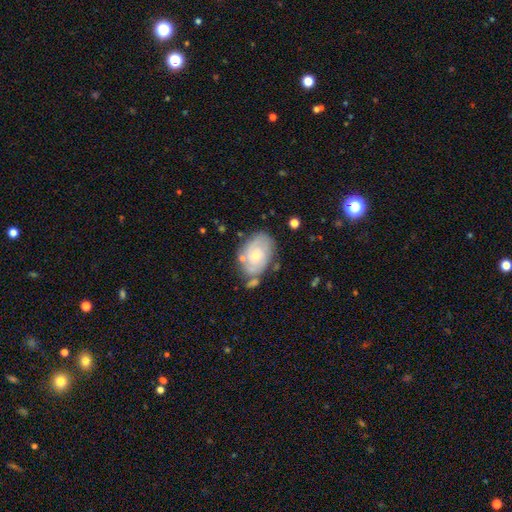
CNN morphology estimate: Overall: featured or disk (53%; smooth 40%). Edge-on disk: no (96%). Bar: no (81%). Spiral arms: yes (68%; no 32%). Bulge size: small (53%; moderate 41%). Merging: none (63%).